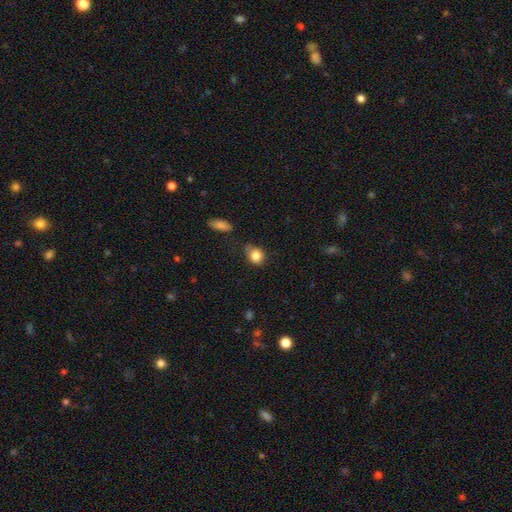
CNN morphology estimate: smooth-or-featured: smooth: 83% | star or artifact: 10% | featured or disk: 7%
  how-rounded: round: 62% | in between: 36% | cigar-shaped: 1%
  merging: none: 53% | minor disturbance: 33% | major disturbance: 9% | merger: 6%